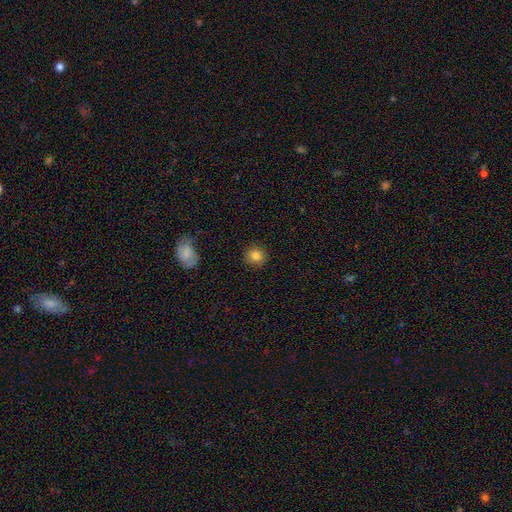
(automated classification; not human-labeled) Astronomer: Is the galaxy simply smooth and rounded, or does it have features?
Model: smooth — 83%.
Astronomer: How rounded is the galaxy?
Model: round — 90%.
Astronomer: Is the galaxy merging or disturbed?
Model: none — 89%.